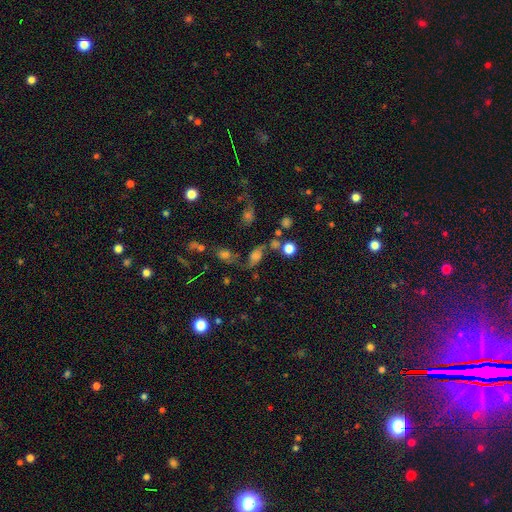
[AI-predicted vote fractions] Morphology: type=smooth (41%); merging=none (43%).